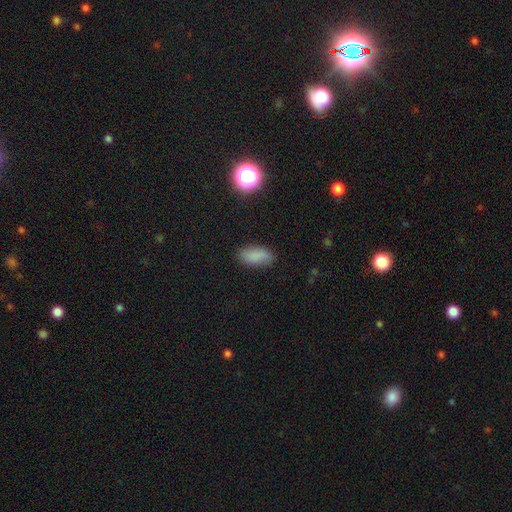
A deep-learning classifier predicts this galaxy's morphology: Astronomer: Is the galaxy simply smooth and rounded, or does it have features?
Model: smooth — 83%.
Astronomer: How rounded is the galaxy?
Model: in between — 90%.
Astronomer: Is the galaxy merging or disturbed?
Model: none — 82%.